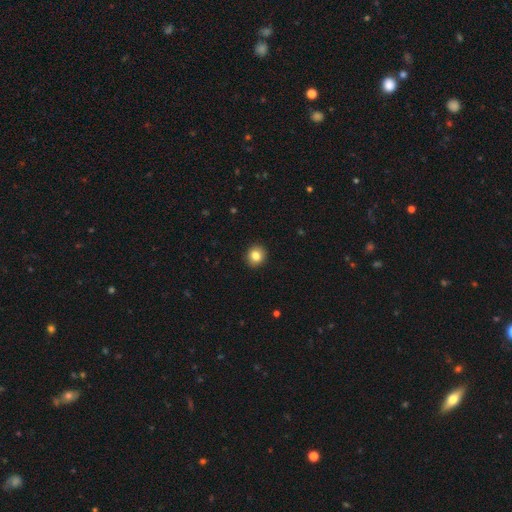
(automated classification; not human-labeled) The model was most divided on "how rounded": round: 86%, in between: 13%, cigar-shaped: 1%. More confident: merging — none (92%); smooth or featured — smooth (84%).